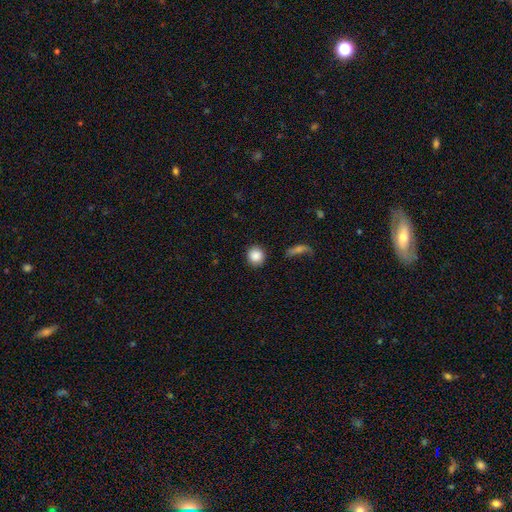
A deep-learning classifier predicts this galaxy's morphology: This appears to be a smooth galaxy with no disk features (87%) that is round (90%). Merging: none (88%).